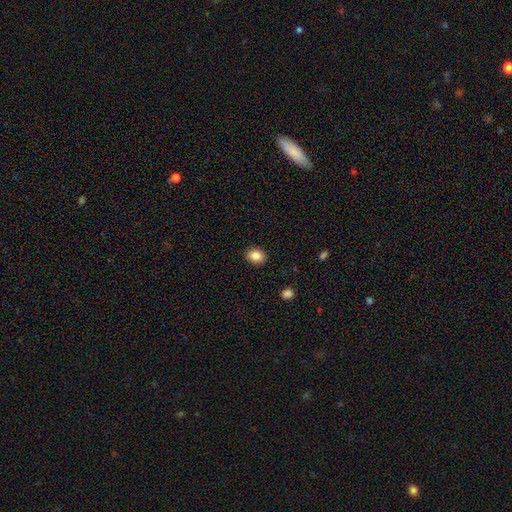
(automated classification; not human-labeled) Smooth or featured? smooth (85%)
How rounded? in between (60%)
Merging? none (90%)